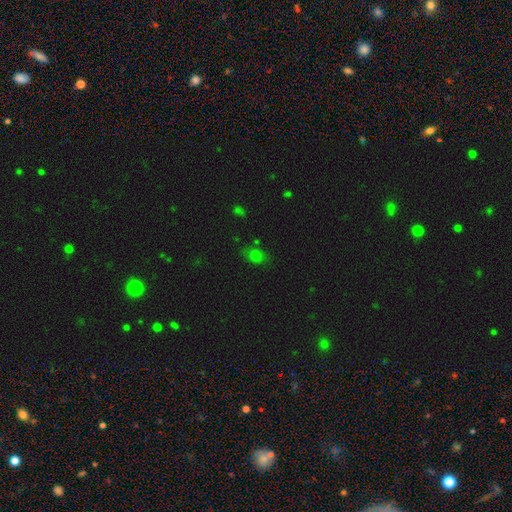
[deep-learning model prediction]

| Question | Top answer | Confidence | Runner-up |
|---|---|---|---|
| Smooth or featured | smooth | 70% | star or artifact (22%) |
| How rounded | in between | 71% | round (27%) |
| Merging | none | 68% | minor disturbance (20%) |